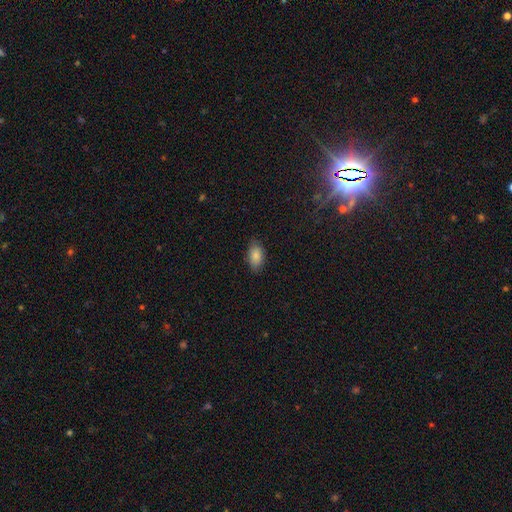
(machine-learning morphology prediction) The model was most divided on "merging": none: 81%, minor disturbance: 15%, major disturbance: 3%, merger: 1%. More confident: how rounded — in between (92%); smooth or featured — smooth (85%).